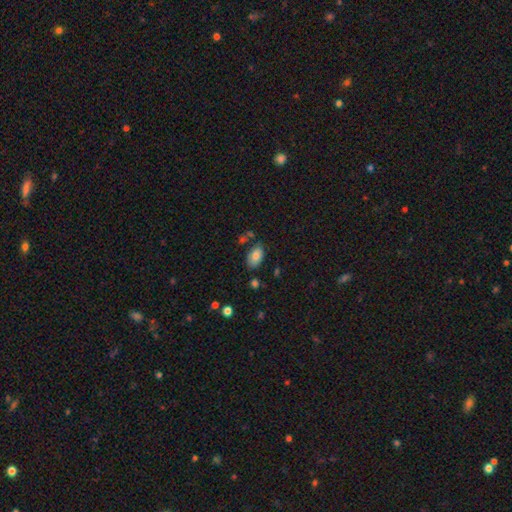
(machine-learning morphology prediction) This is clearly a smooth galaxy (83%). How rounded: clearly in between (92%). Merging: likely none (73%).